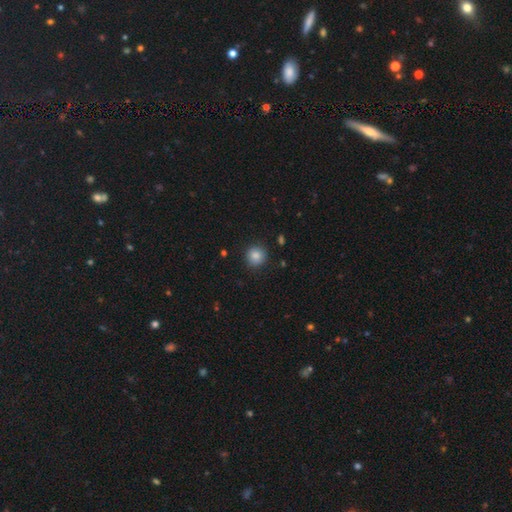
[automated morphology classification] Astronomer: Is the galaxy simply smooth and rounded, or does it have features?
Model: smooth — 84%.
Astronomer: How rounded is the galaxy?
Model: round — 92%.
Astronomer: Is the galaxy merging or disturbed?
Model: none — 89%.